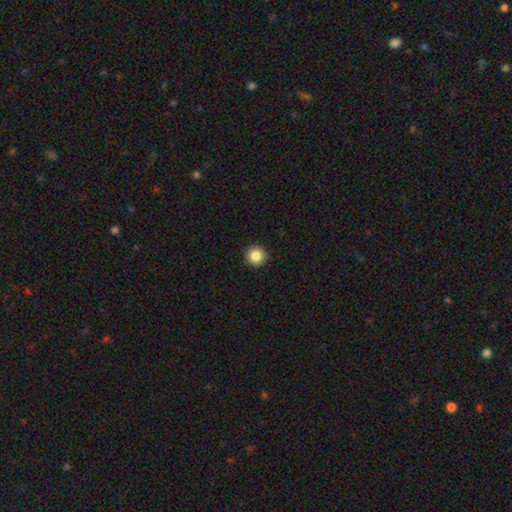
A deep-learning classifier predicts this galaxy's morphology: This appears to be a smooth galaxy with no disk features (85%) that is round (95%). Merging: none (92%).